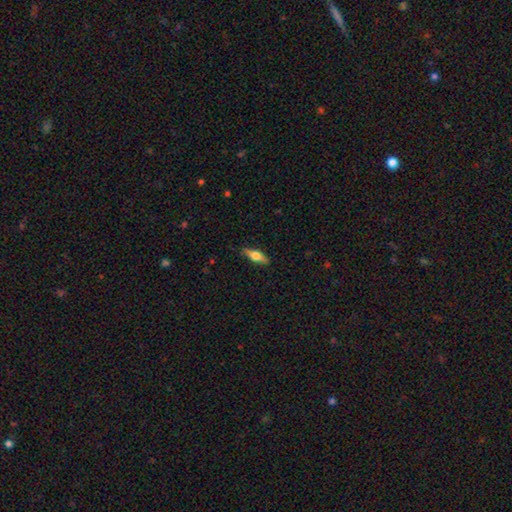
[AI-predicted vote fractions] Morphology: type=smooth (47%, tied with featured or disk); merging=none (87%).